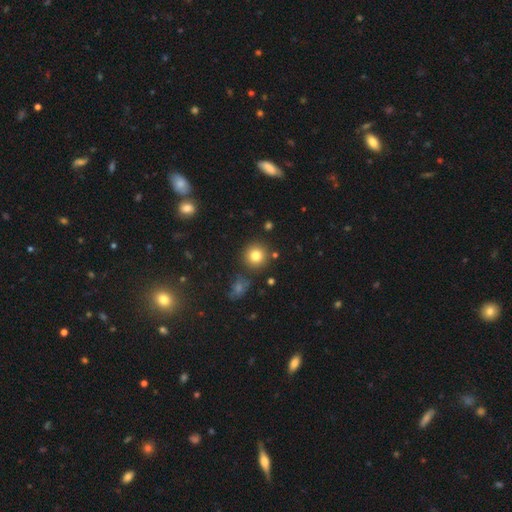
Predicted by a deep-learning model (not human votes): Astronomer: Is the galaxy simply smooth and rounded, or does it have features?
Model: smooth — 81%.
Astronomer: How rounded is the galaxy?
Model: round — 93%.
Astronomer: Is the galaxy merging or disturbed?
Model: none — 86%.